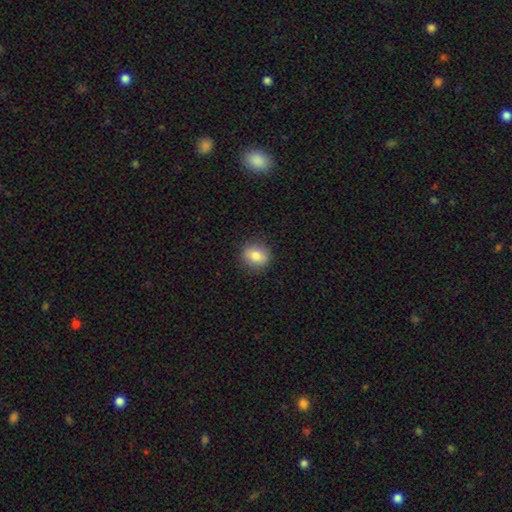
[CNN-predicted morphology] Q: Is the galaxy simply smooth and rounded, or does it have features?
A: smooth — 82%.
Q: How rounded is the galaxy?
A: round — 73%.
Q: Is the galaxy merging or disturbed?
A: none — 88%.